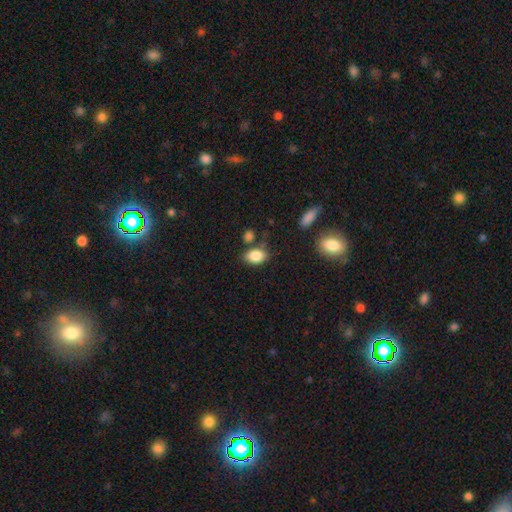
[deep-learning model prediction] Smooth or featured?
  - smooth: 85% *
  - star or artifact: 9%
  - featured or disk: 7%
How rounded?
  - in between: 83% *
  - round: 15%
  - cigar-shaped: 2%
Merging?
  - none: 67% *
  - minor disturbance: 17%
  - merger: 11%
  - major disturbance: 5%